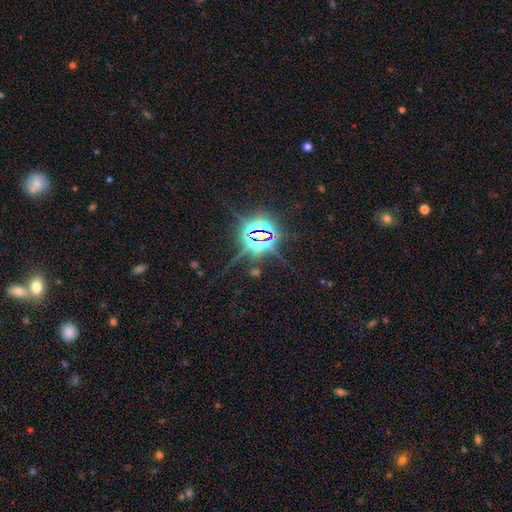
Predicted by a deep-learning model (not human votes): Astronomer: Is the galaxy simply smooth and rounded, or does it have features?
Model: star or artifact — 84%.